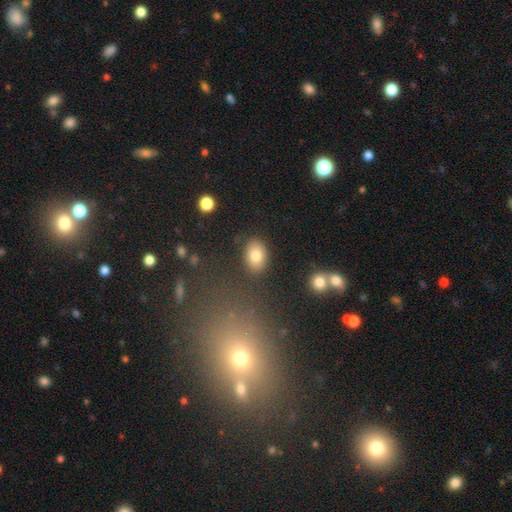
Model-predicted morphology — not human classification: Q: Smooth or featured?
A: smooth (82%); runner-up: featured or disk (10%)
Q: How rounded?
A: in between (83%); runner-up: round (16%)
Q: Merging?
A: none (85%); runner-up: minor disturbance (10%)